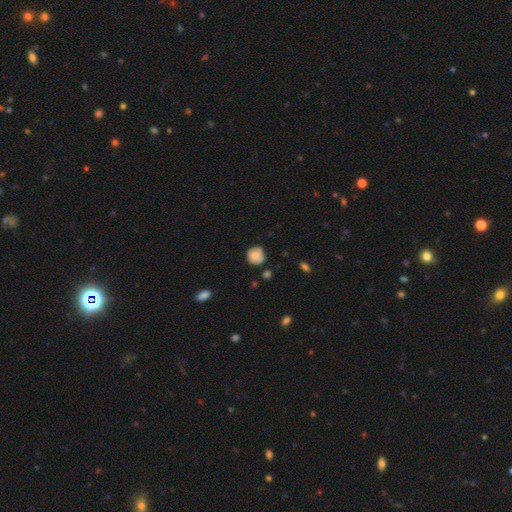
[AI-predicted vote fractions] Q: Smooth or featured?
A: smooth (77%); runner-up: featured or disk (14%)
Q: How rounded?
A: round (87%); runner-up: in between (12%)
Q: Merging?
A: none (73%); runner-up: minor disturbance (21%)